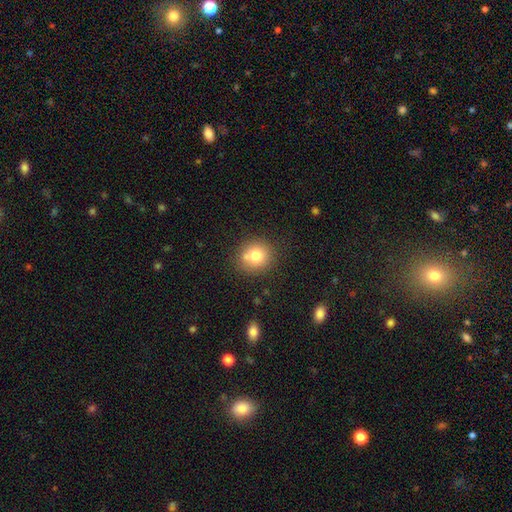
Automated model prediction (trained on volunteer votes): smooth_or_featured: smooth (p=0.75) [alt: featured or disk p=0.13]
how_rounded: round (p=0.85) [alt: in between p=0.14]
merging: none (p=0.69) [alt: merger p=0.15]